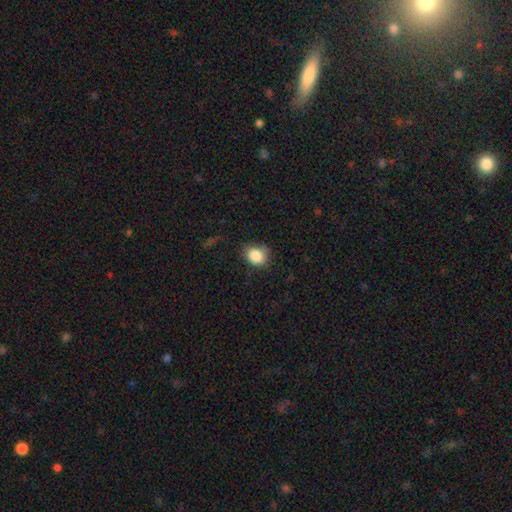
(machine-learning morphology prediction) smooth_or_featured: smooth (p=0.86) [alt: star or artifact p=0.09]
how_rounded: round (p=0.57) [alt: in between p=0.42]
merging: none (p=0.72) [alt: minor disturbance p=0.21]